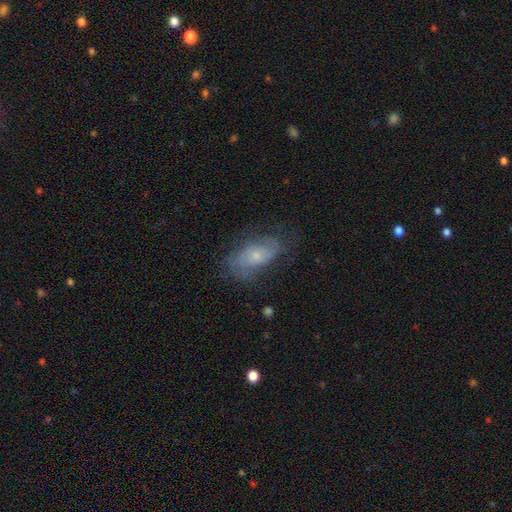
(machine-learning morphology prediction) This is possibly a featured or disk galaxy (57%). It is clearly not viewed edge-on (93%). Bar: likely no (79%). Spiral arm pattern: likely yes (73%). Central bulge: likely small (66%). Merging: likely none (61%).